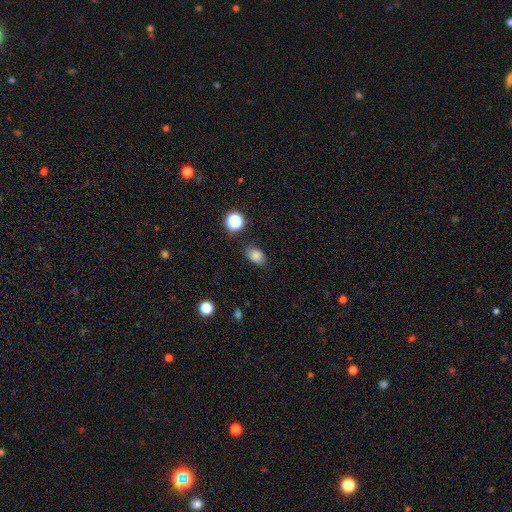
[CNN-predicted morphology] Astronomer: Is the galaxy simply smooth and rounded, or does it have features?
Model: smooth — 81%.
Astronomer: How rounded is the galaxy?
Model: in between — 79%.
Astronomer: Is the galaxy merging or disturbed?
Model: none — 76%.